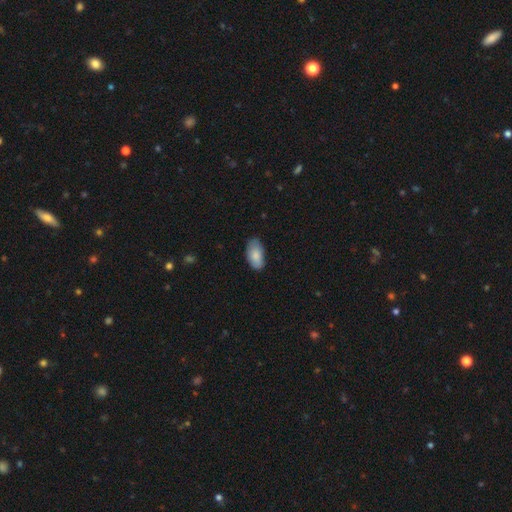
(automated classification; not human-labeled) Smooth or featured? Predicted: smooth (p=0.85). How rounded? Predicted: in between (p=0.94). Merging? Predicted: none (p=0.73).